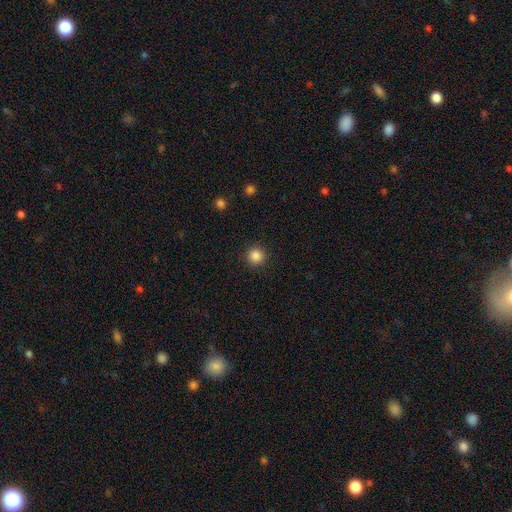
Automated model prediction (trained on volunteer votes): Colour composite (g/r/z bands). It shows a smooth galaxy with no disk features (85%) that is round (95%). Merging: none (92%).